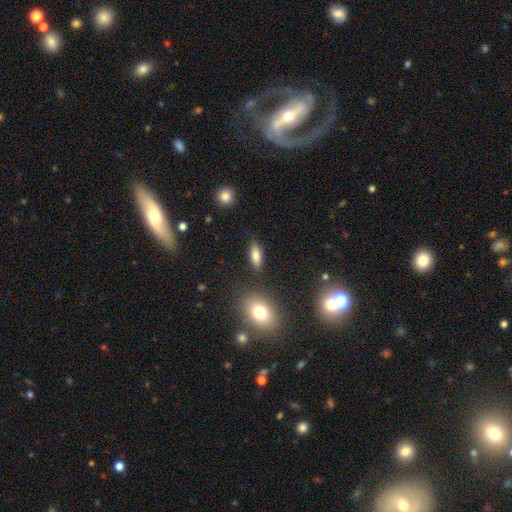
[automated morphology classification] Smooth or featured?
  - smooth: 79% *
  - featured or disk: 12%
  - star or artifact: 9%
How rounded?
  - in between: 69% *
  - cigar-shaped: 28%
  - round: 3%
Merging?
  - none: 85% *
  - minor disturbance: 10%
  - major disturbance: 3%
  - merger: 3%